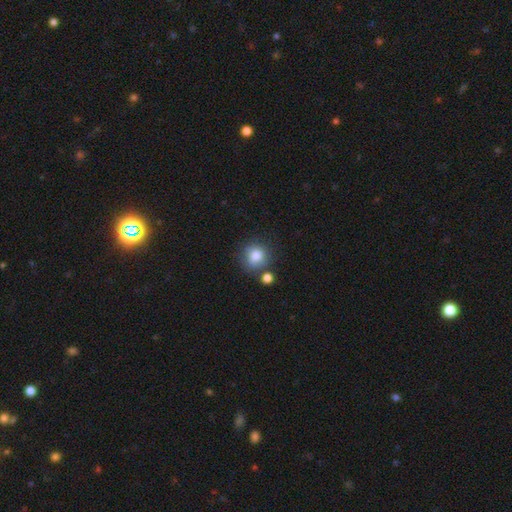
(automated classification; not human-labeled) Q: Smooth or featured?
A: smooth (84%); runner-up: star or artifact (9%)
Q: How rounded?
A: round (86%); runner-up: in between (13%)
Q: Merging?
A: none (67%); runner-up: minor disturbance (15%)